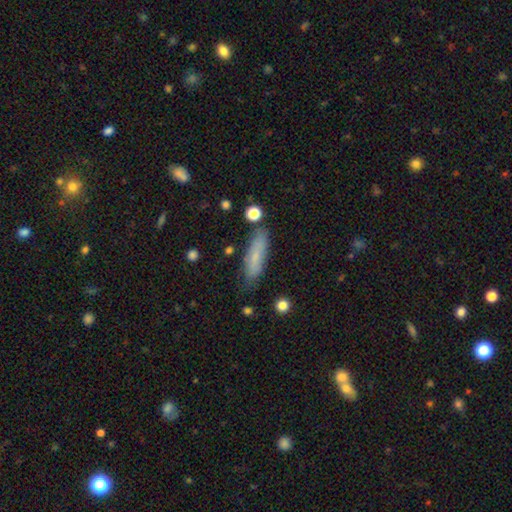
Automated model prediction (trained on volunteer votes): Smooth or featured? smooth (72%)
How rounded? cigar-shaped (63%)
Merging? none (77%)